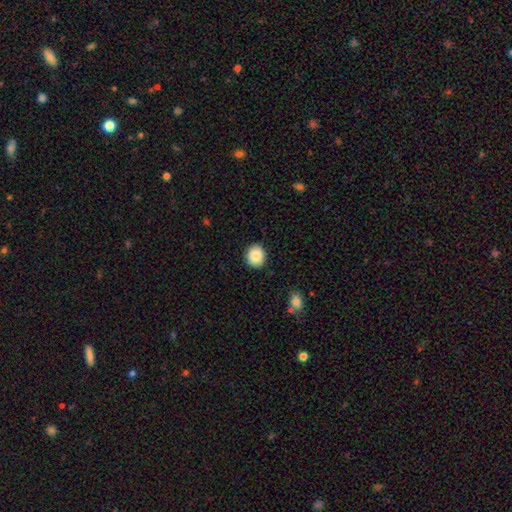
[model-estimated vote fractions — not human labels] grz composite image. It shows a smooth galaxy with no disk features (86%) that is round (79%). Merging: none (90%).